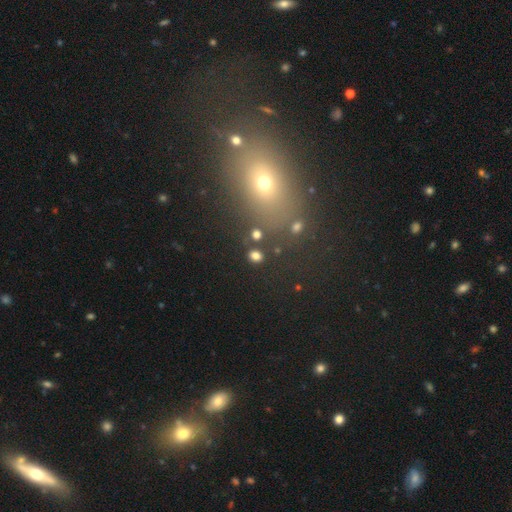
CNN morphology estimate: A smooth galaxy with no disk features (77%) that is round (67%). Merging: none (83%).